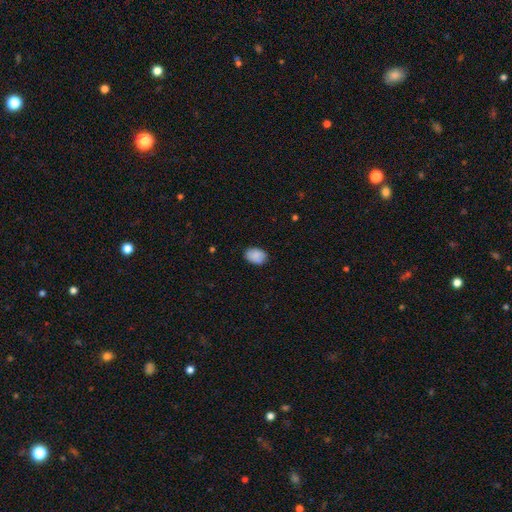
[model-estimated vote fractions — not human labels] Q: Smooth or featured?
A: smooth (86%); runner-up: star or artifact (7%)
Q: How rounded?
A: in between (75%); runner-up: round (24%)
Q: Merging?
A: none (82%); runner-up: minor disturbance (14%)